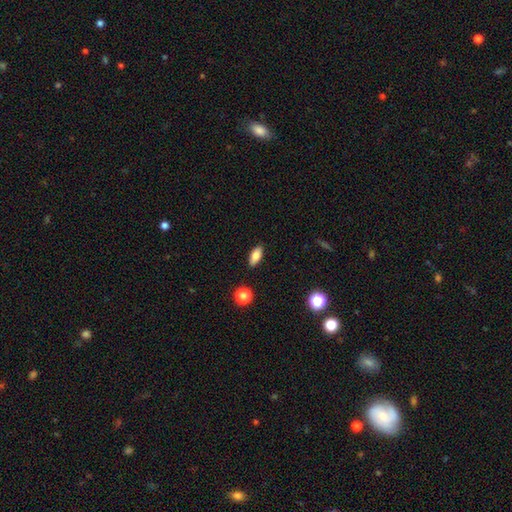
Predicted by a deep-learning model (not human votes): This is clearly a smooth galaxy (82%). How rounded: clearly in between (84%). Merging: clearly none (88%).